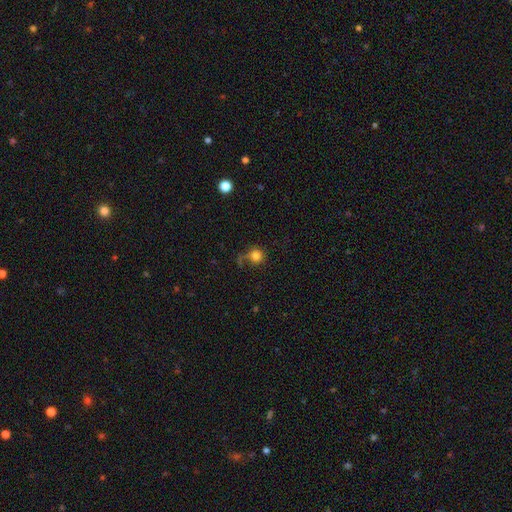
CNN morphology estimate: Smooth or featured? Predicted: smooth (p=0.80). How rounded? Predicted: round (p=0.89). Merging? Predicted: none (p=0.58).